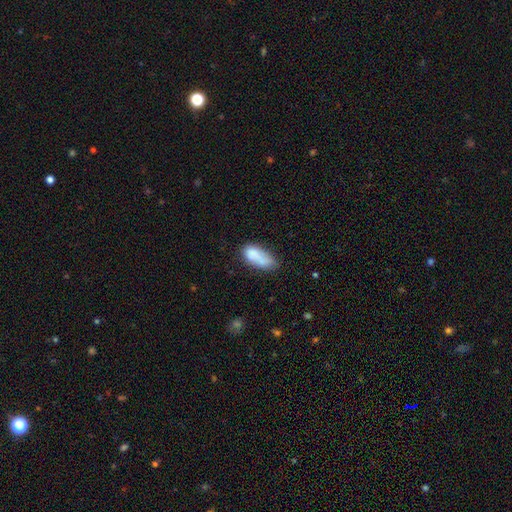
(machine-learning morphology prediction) type=smooth (78%); roundness=in between (83%); merging=none (42%).